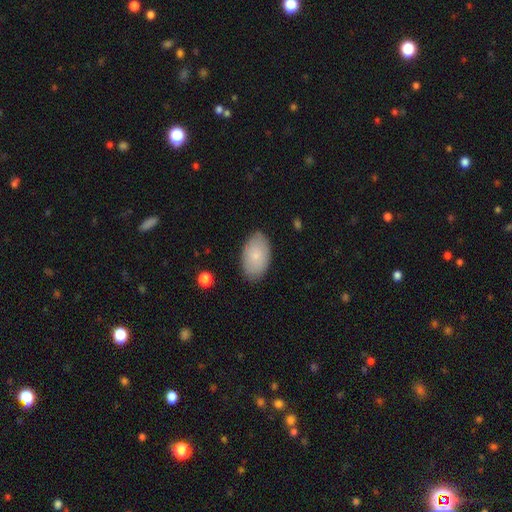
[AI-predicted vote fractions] smooth_or_featured: smooth (p=0.80) [alt: featured or disk p=0.13]
how_rounded: in between (p=0.93) [alt: round p=0.06]
merging: none (p=0.85) [alt: minor disturbance p=0.11]